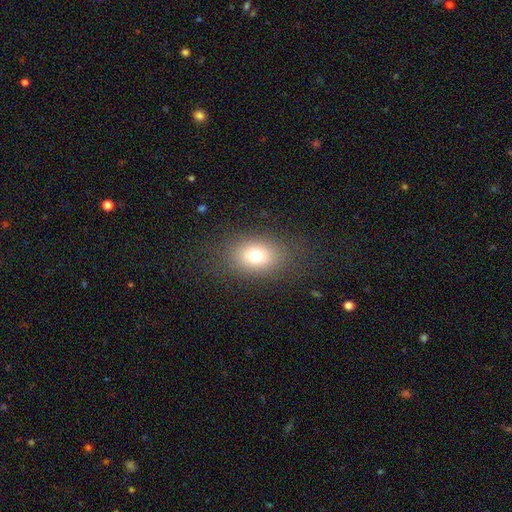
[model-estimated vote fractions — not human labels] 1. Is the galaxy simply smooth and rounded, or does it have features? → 74% smooth, 13% star or artifact, 12% featured or disk.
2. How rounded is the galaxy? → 68% in between, 31% round, 1% cigar-shaped.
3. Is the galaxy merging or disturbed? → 81% none, 11% minor disturbance, 7% major disturbance, 1% merger.